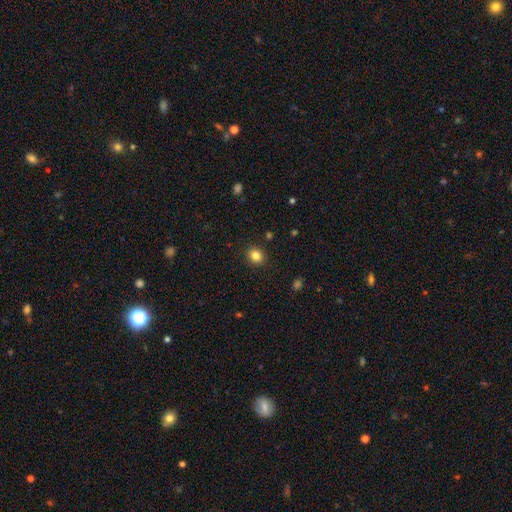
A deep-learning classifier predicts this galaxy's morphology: type=smooth (83%); roundness=round (71%); merging=none (90%).